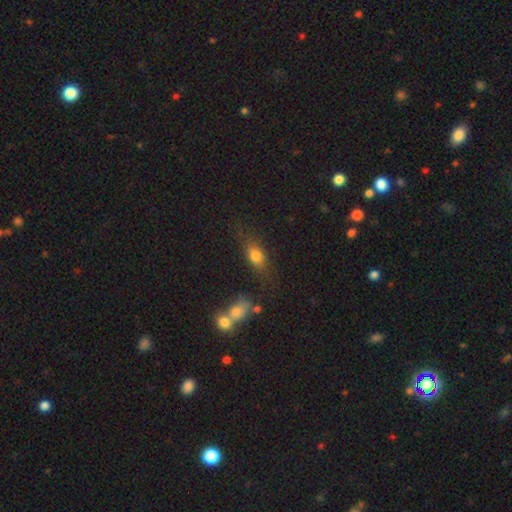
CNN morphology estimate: A smooth galaxy with no disk features (72%) that is in between round and cigar-shaped (68%).

Vote fractions:
- Smooth or featured? smooth: 72% / featured or disk: 16% / star or artifact: 12%
- How rounded? in between: 68% / round: 18% / cigar-shaped: 14%
- Merging? none: 66% / minor disturbance: 17% / merger: 9% / major disturbance: 8%